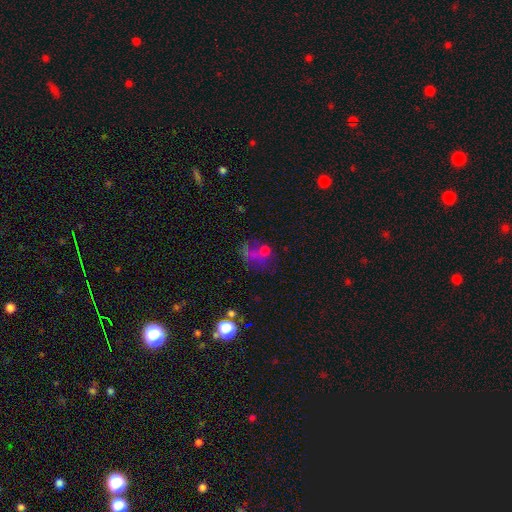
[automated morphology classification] A smooth galaxy with no disk features (49%). Merging: major disturbance (36%).